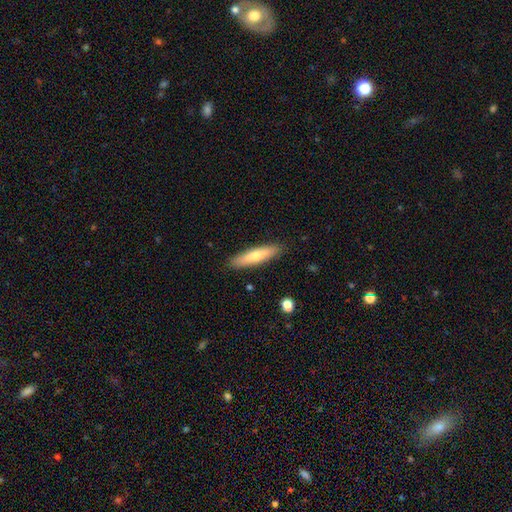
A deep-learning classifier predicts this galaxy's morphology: smooth-or-featured: smooth: 63% | featured or disk: 31% | star or artifact: 6%
  how-rounded: cigar-shaped: 79% | in between: 19% | round: 2%
  merging: none: 89% | minor disturbance: 8% | major disturbance: 2% | merger: 1%